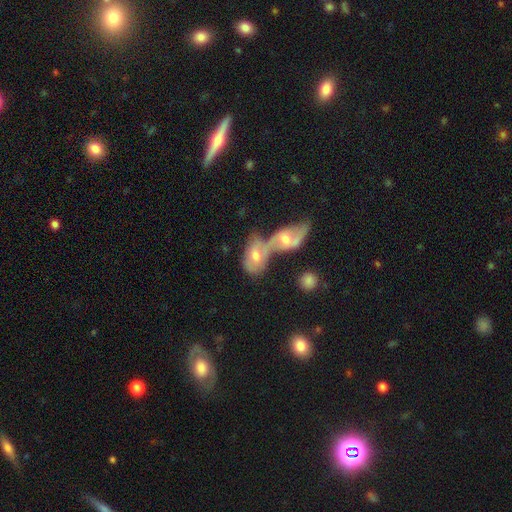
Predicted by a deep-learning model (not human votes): Smooth or featured: smooth — 48% (featured or disk — 45%)
Merging: merger — 73% (none — 14%)